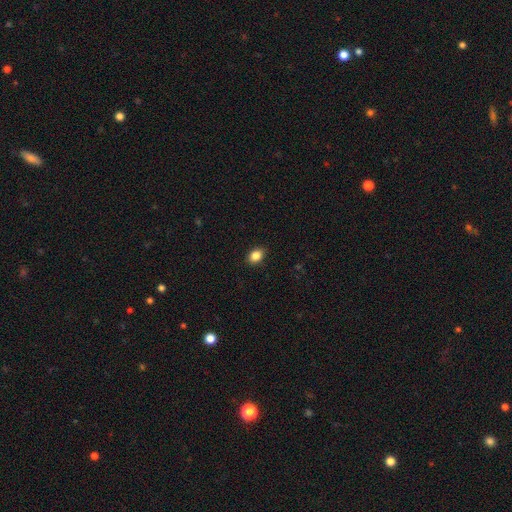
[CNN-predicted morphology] type=smooth (86%); roundness=in between (69%); merging=none (87%).